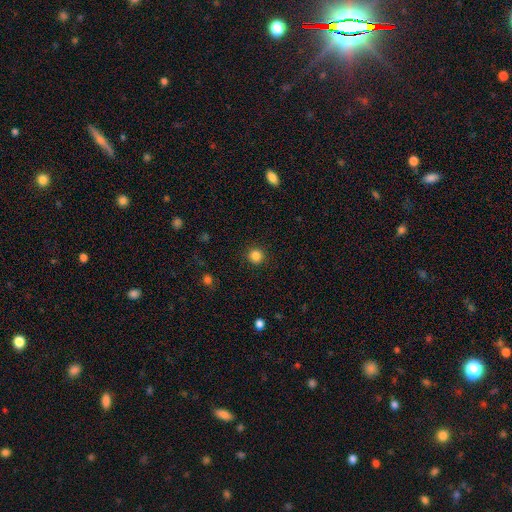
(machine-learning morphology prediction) A smooth galaxy with no disk features (85%) that is round (94%).

Vote fractions:
- Smooth or featured? smooth: 85% / star or artifact: 12% / featured or disk: 3%
- How rounded? round: 94% / in between: 5% / cigar-shaped: 1%
- Merging? none: 92% / minor disturbance: 5% / major disturbance: 2% / merger: 1%